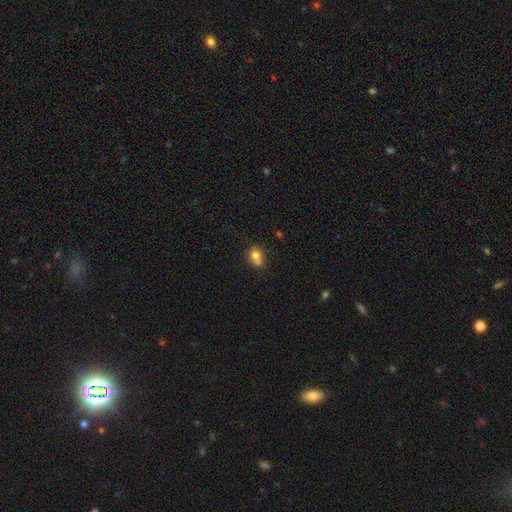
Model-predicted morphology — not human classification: The model was most divided on "merging": merger: 43%, none: 41%, minor disturbance: 12%, major disturbance: 4%. More confident: smooth or featured — smooth (73%); how rounded — round (66%).